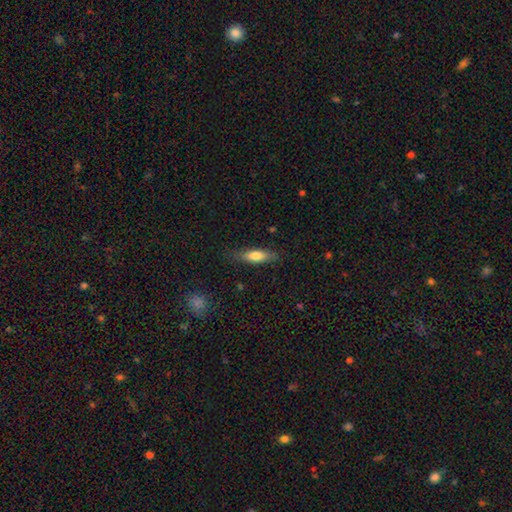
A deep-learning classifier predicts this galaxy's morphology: Smooth or featured: smooth — 72% (featured or disk — 21%)
How rounded: cigar-shaped — 53% (in between — 45%)
Merging: none — 81% (minor disturbance — 15%)